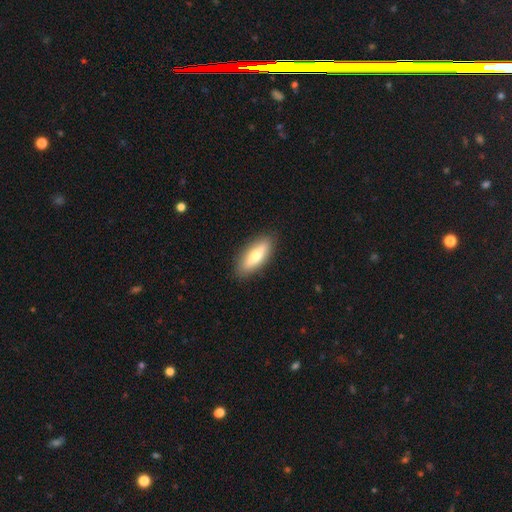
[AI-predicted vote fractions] smooth_or_featured: smooth (p=0.69) [alt: featured or disk p=0.25]
how_rounded: in between (p=0.58) [alt: cigar-shaped p=0.40]
merging: none (p=0.88) [alt: minor disturbance p=0.09]